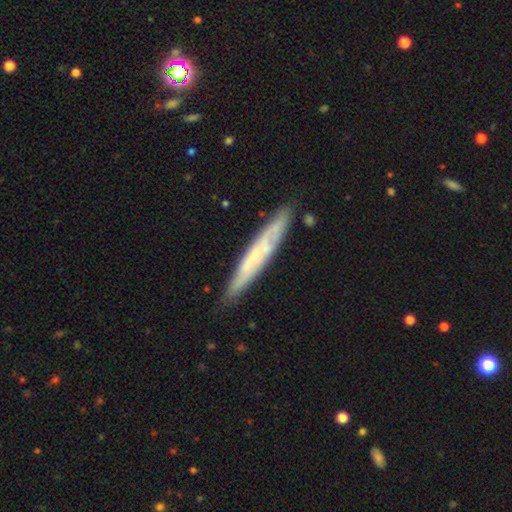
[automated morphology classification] Smooth or featured? featured or disk (59%)
Edge-on disk? yes (70%)
Merging? none (81%)